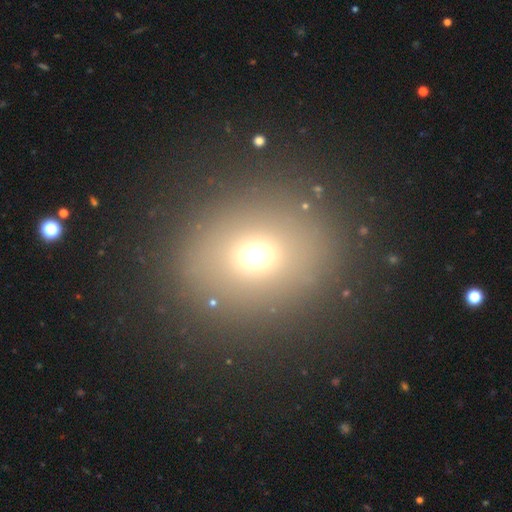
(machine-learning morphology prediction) smooth_or_featured: smooth (p=0.68) [alt: star or artifact p=0.21]
how_rounded: round (p=0.73) [alt: in between p=0.26]
merging: none (p=0.87) [alt: minor disturbance p=0.07]